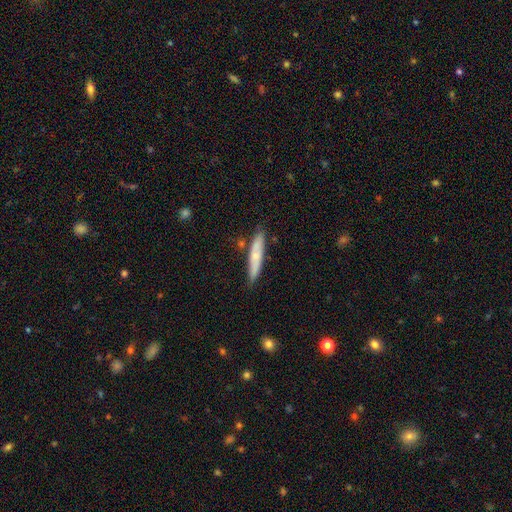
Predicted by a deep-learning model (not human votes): smooth_or_featured: smooth (p=0.62) [alt: featured or disk p=0.32]
how_rounded: cigar-shaped (p=0.89) [alt: in between p=0.10]
merging: none (p=0.80) [alt: minor disturbance p=0.14]